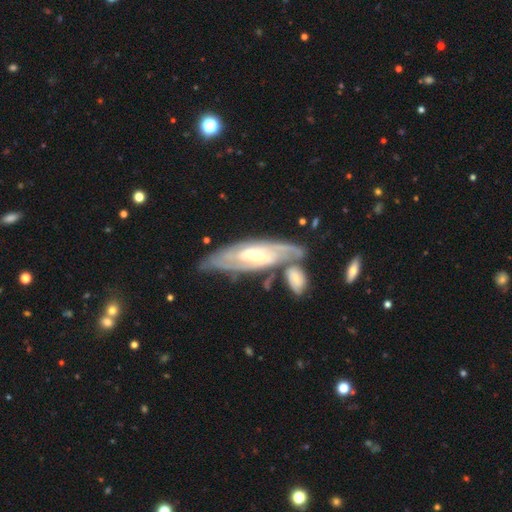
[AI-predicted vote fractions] This appears to be a featured or disk galaxy (84%) with no bar (47%), 2 (45%) tight (63%) spiral arms (92%) and a moderate central bulge (48%). Merging: none (65%).